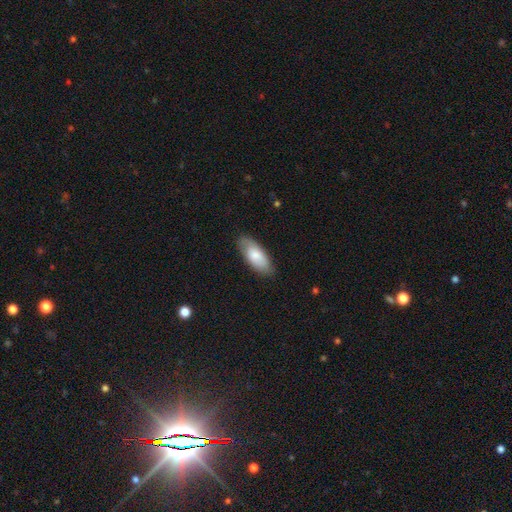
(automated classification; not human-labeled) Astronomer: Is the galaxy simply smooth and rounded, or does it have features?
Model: smooth — 77%.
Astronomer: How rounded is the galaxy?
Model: in between — 85%.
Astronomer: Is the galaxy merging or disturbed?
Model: none — 81%.